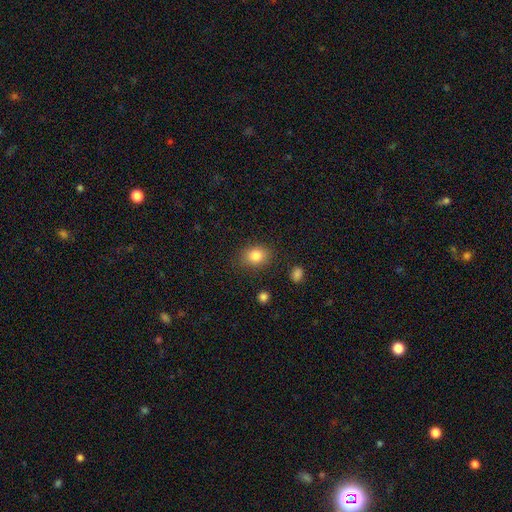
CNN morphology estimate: This appears to be a smooth galaxy with no disk features (83%) that is in between round and cigar-shaped (50%). Merging: none (84%).